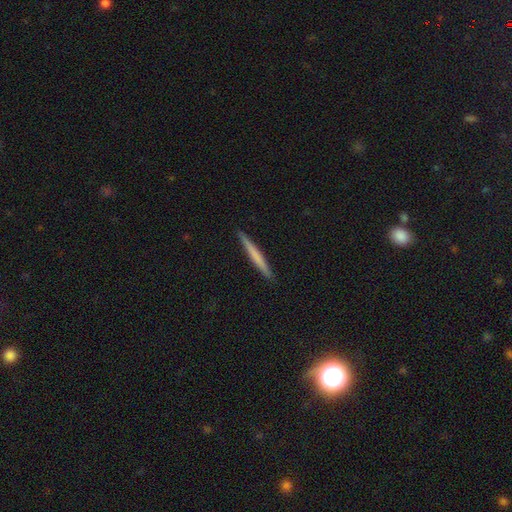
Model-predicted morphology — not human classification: A smooth galaxy with no disk features (61%) that is cigar-shaped (97%).

Vote fractions:
- Smooth or featured? smooth: 61% / featured or disk: 34% / star or artifact: 5%
- How rounded? cigar-shaped: 97% / in between: 2% / round: 1%
- Merging? none: 92% / minor disturbance: 6% / major disturbance: 1% / merger: 1%